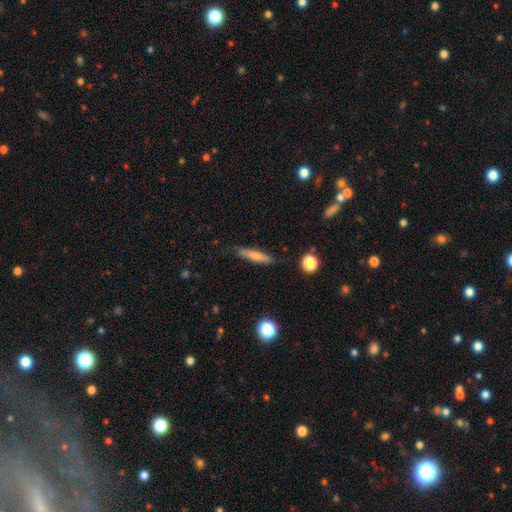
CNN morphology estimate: Smooth or featured? smooth (72%)
How rounded? cigar-shaped (86%)
Merging? none (81%)